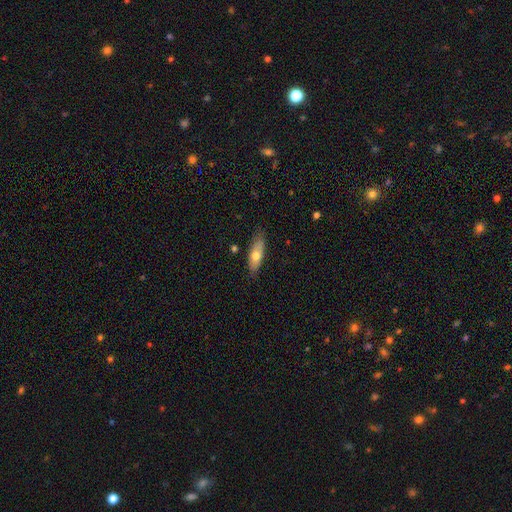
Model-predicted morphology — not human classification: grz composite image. It shows a smooth galaxy with no disk features (64%) that is in between round and cigar-shaped (62%). Merging: none (79%).